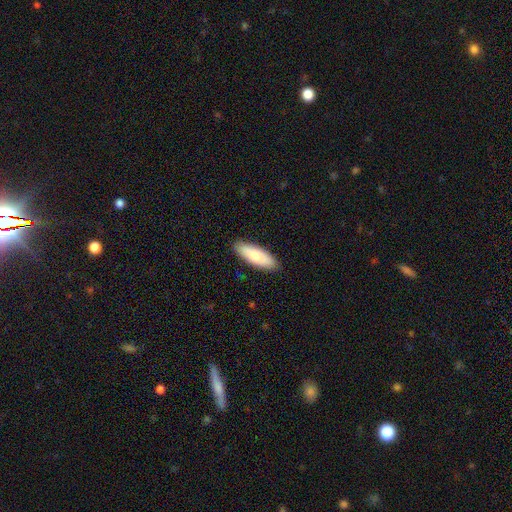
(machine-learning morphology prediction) Smooth or featured? smooth (78%)
How rounded? in between (63%)
Merging? none (88%)